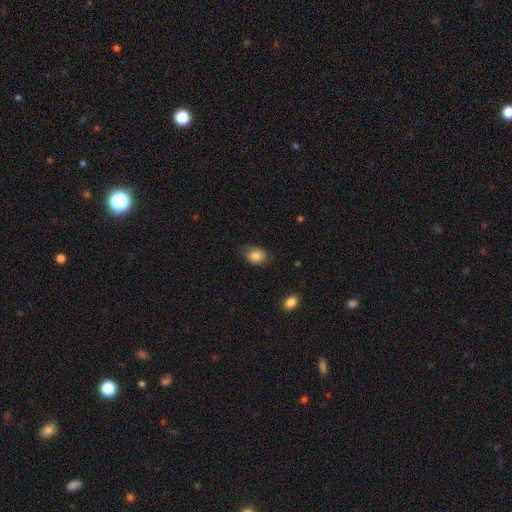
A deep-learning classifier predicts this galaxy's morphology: A smooth galaxy with no disk features (81%) that is in between round and cigar-shaped (75%).

Vote fractions:
- Smooth or featured? smooth: 81% / featured or disk: 11% / star or artifact: 8%
- How rounded? in between: 75% / round: 24% / cigar-shaped: 1%
- Merging? none: 66% / minor disturbance: 27% / major disturbance: 6% / merger: 1%